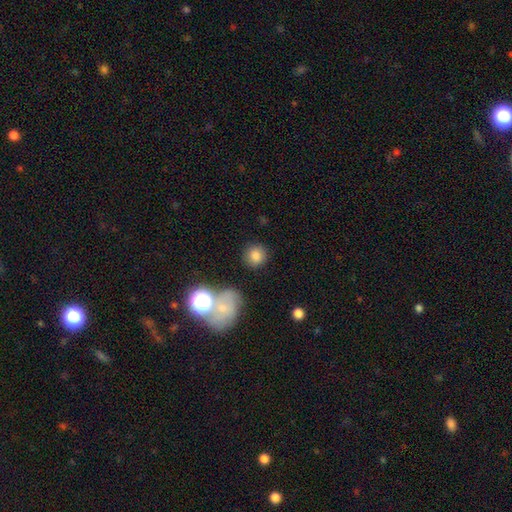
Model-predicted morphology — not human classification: Overall: smooth (82%). How rounded: round (88%). Merging: none (83%).